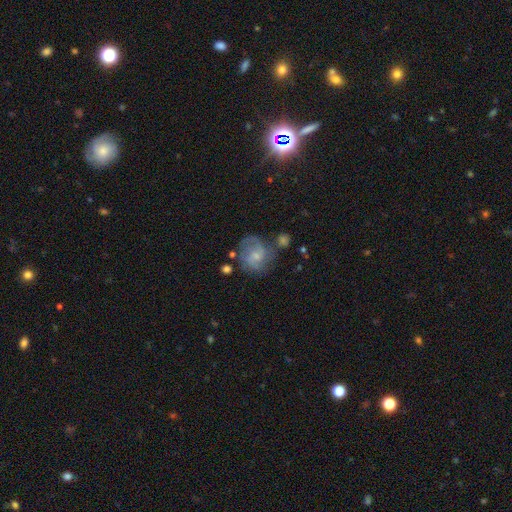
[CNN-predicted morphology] Smooth or featured? Predicted: featured or disk (p=0.68). Edge-on disk? Predicted: no (p=0.98). Bar? Predicted: no (p=0.58). Spiral arms? Predicted: yes (p=0.87). Spiral winding? Predicted: medium (p=0.44). Spiral arm count? Predicted: 2 (p=0.37). Bulge size? Predicted: small (p=0.60). Merging? Predicted: none (p=0.51).